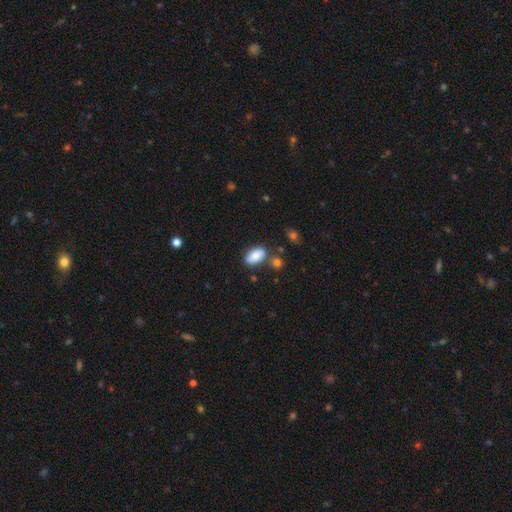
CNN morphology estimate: Smooth or featured?
  - smooth: 82% *
  - featured or disk: 10%
  - star or artifact: 7%
How rounded?
  - in between: 92% *
  - round: 5%
  - cigar-shaped: 3%
Merging?
  - none: 68% *
  - minor disturbance: 16%
  - merger: 11%
  - major disturbance: 4%